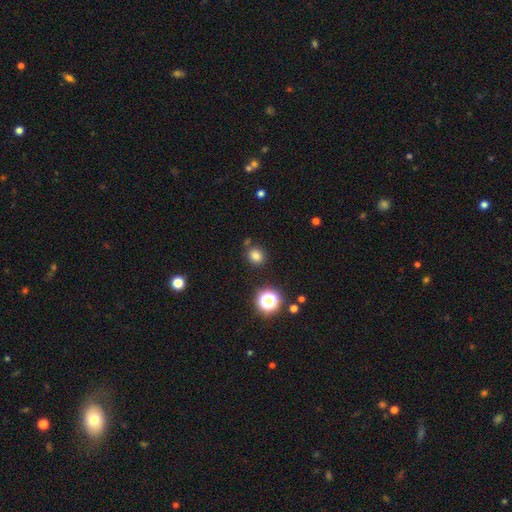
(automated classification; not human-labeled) Smooth or featured: smooth — 78% (star or artifact — 16%)
How rounded: round — 75% (in between — 24%)
Merging: none — 81% (minor disturbance — 10%)